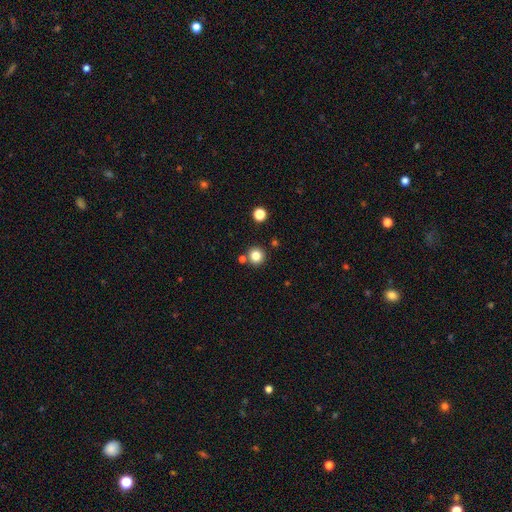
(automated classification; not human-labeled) Smooth or featured? smooth (82%)
How rounded? round (94%)
Merging? none (84%)